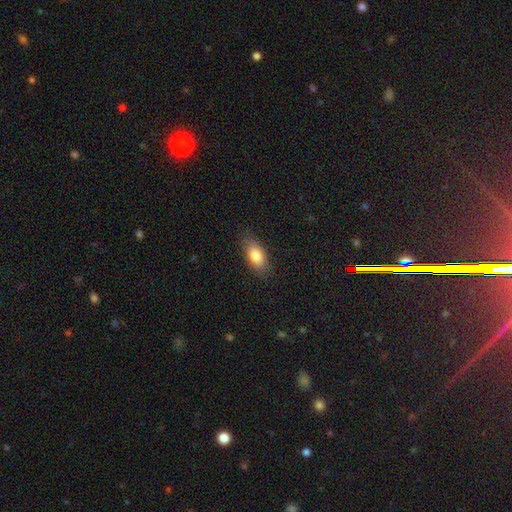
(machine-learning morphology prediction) Smooth or featured? Predicted: smooth (p=0.81). How rounded? Predicted: in between (p=0.88). Merging? Predicted: none (p=0.84).